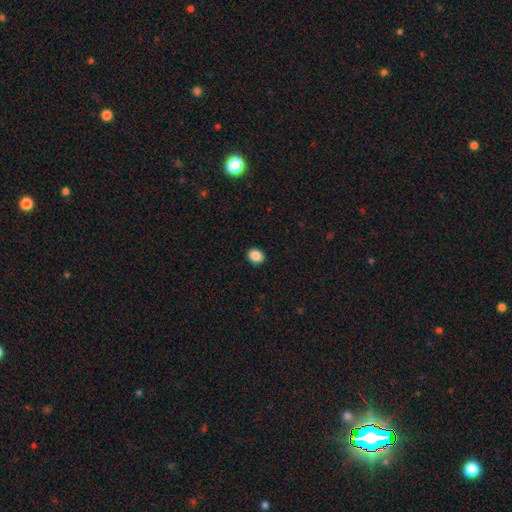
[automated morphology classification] smooth 88%, star or artifact 9%, featured or disk 3%. Down the decision tree: how rounded — round (57%); merging — none (91%).